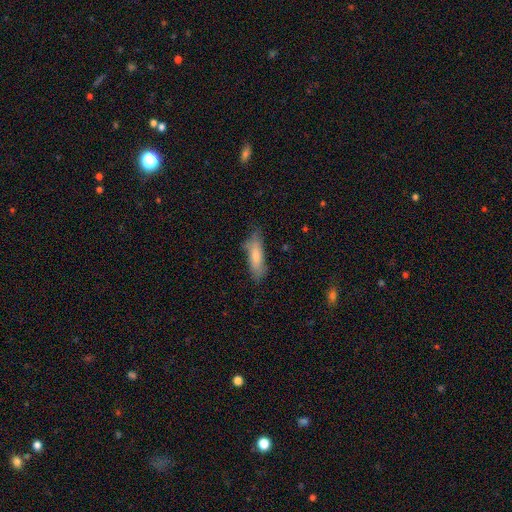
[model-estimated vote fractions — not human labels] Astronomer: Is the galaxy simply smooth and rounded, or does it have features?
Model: smooth — 77%.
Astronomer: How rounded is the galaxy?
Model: cigar-shaped — 50% (runner-up: in between, 48%).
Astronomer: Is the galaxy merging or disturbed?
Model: none — 64%.